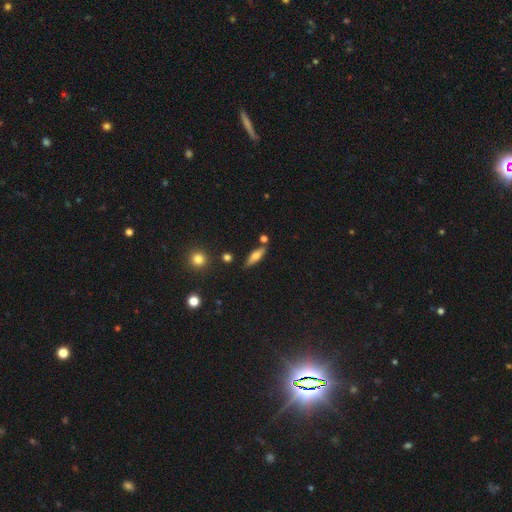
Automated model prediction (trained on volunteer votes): Smooth or featured? smooth (64%)
How rounded? cigar-shaped (50%)
Merging? none (78%)